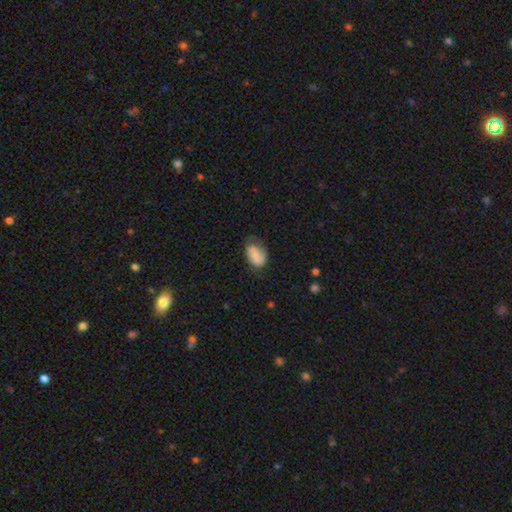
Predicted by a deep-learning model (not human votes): Smooth or featured?
  - smooth: 66% *
  - featured or disk: 27%
  - star or artifact: 8%
How rounded?
  - in between: 86% *
  - round: 13%
  - cigar-shaped: 1%
Merging?
  - none: 62% *
  - minor disturbance: 28%
  - major disturbance: 8%
  - merger: 2%